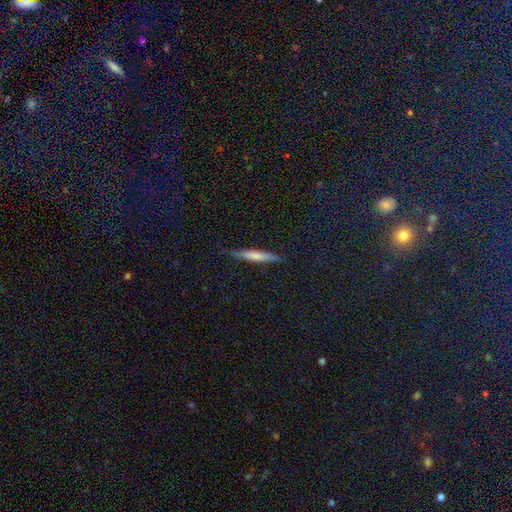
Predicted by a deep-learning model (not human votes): Smooth or featured? smooth (62%)
How rounded? cigar-shaped (92%)
Merging? none (82%)